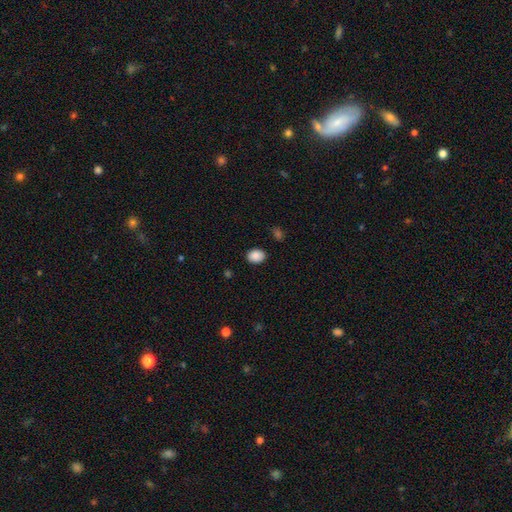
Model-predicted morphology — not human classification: Smooth or featured? smooth (88%)
How rounded? in between (67%)
Merging? none (86%)